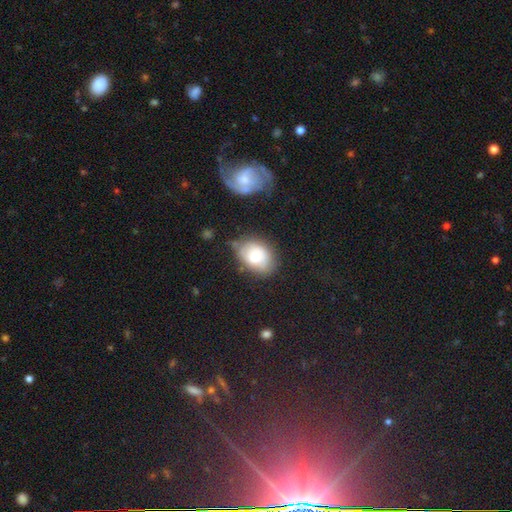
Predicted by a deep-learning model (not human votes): smooth_or_featured: smooth (p=0.65) [alt: featured or disk p=0.26]
how_rounded: in between (p=0.70) [alt: round p=0.29]
merging: none (p=0.64) [alt: minor disturbance p=0.24]